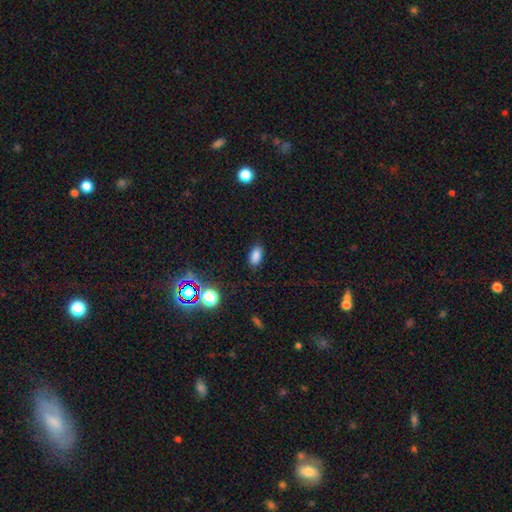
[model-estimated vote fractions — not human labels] Smooth or featured: smooth — 83% (star or artifact — 13%)
How rounded: in between — 90% (round — 6%)
Merging: none — 85% (minor disturbance — 11%)